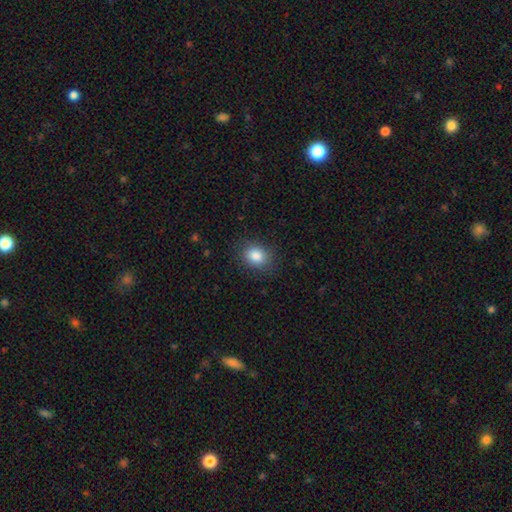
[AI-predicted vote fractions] A smooth galaxy with no disk features (85%) that is round (51%). Merging: none (84%).